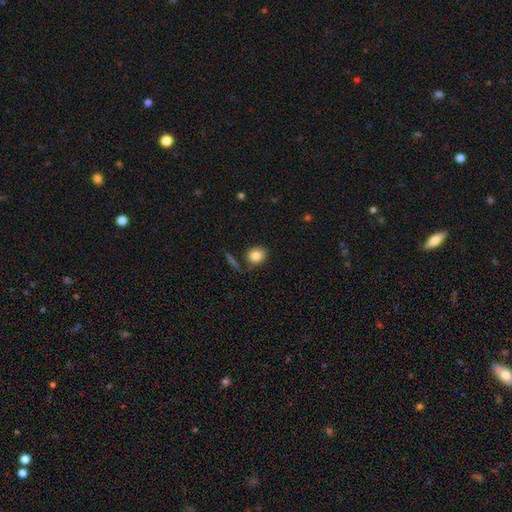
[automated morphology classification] Q: Smooth or featured?
A: smooth (81%); runner-up: featured or disk (9%)
Q: How rounded?
A: round (68%); runner-up: in between (30%)
Q: Merging?
A: none (76%); runner-up: minor disturbance (14%)